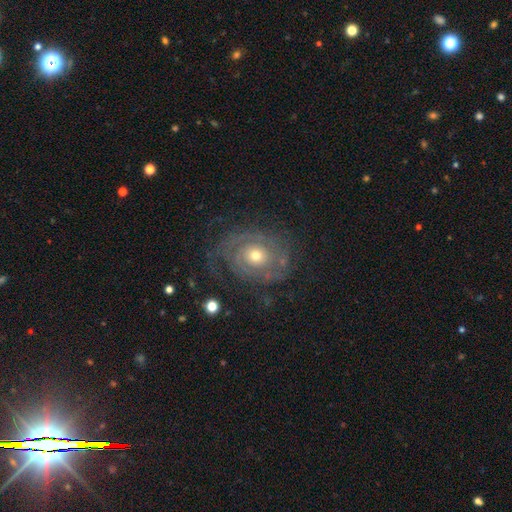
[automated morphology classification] A featured or disk galaxy (84%) with no bar (82%), 2 (41%) tight (71%) spiral arms (91%) and a moderate central bulge (57%). Merging: none (71%).